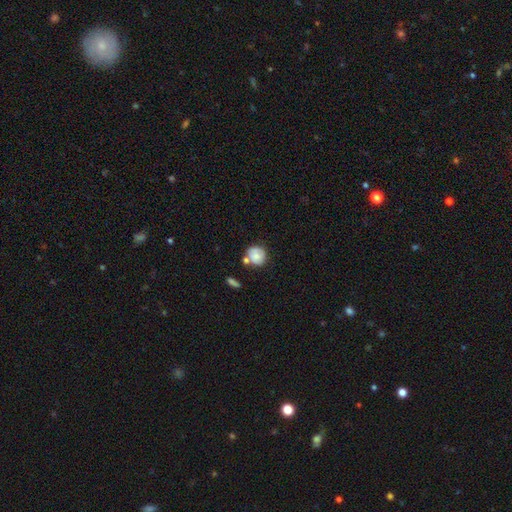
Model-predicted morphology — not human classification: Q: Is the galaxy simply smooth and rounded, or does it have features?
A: smooth — 73%.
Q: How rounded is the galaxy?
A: round — 84%.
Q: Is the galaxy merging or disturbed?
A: none — 59%.